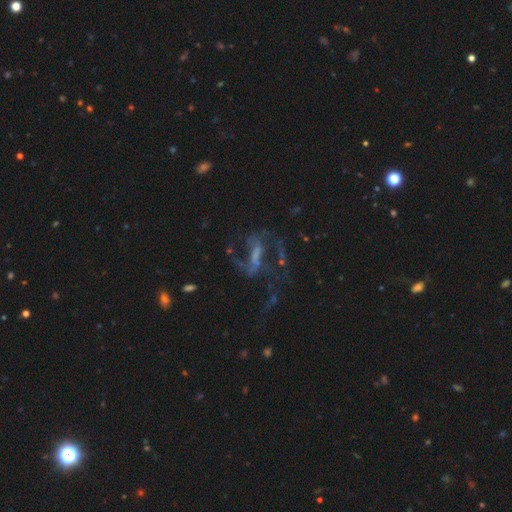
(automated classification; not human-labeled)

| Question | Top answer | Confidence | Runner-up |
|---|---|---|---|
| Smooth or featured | featured or disk | 70% | star or artifact (17%) |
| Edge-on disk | no | 94% | yes (6%) |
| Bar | strong | 40% | weak (37%) |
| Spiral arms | yes | 74% | no (26%) |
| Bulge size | none | 39% | small (31%) |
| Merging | none | 44% | major disturbance (37%) |